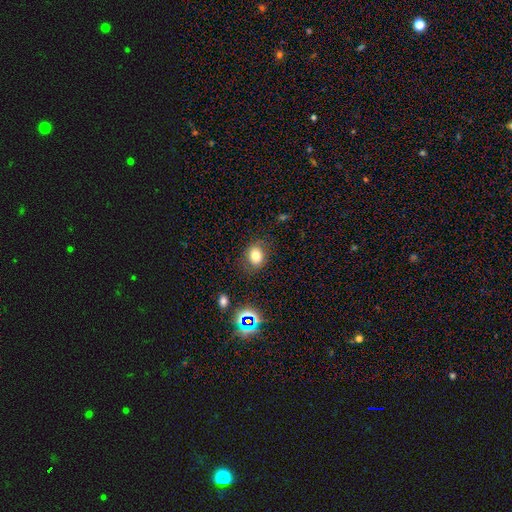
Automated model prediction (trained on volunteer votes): This is likely a smooth galaxy (75%). How rounded: possibly round (52%). Merging: clearly none (80%).